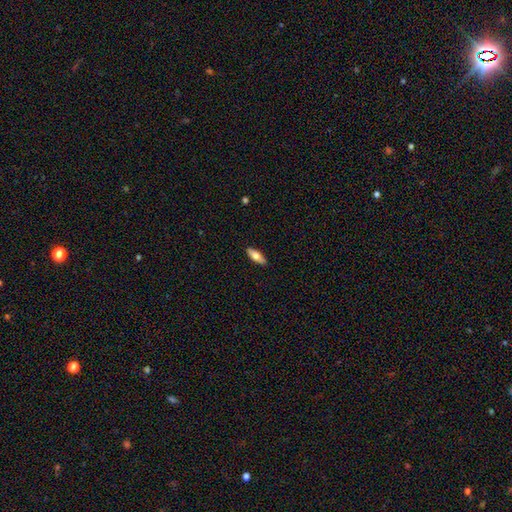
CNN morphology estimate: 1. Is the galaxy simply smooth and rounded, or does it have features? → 67% smooth, 28% featured or disk, 6% star or artifact.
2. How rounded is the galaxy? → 65% in between, 32% cigar-shaped, 2% round.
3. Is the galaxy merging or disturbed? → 89% none, 8% minor disturbance, 2% major disturbance, 1% merger.